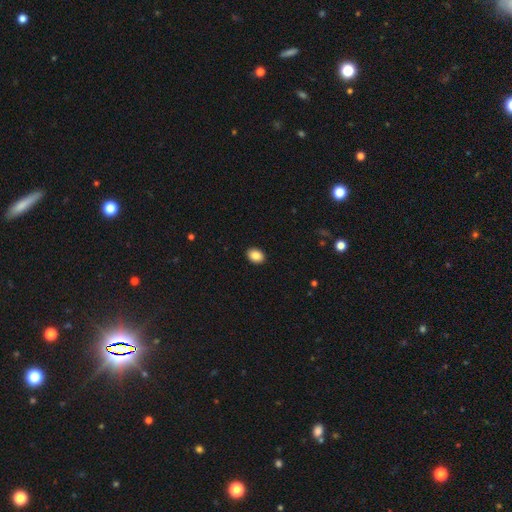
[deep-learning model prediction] This is clearly a smooth galaxy (88%). How rounded: likely in between (71%). Merging: clearly none (91%).